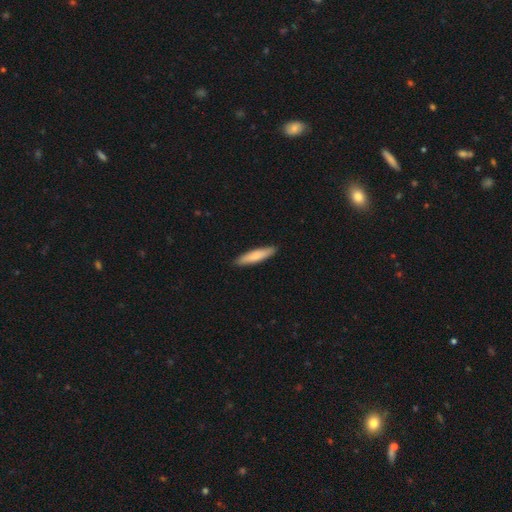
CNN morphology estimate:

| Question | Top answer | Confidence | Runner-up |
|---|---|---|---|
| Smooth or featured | smooth | 79% | featured or disk (16%) |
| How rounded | cigar-shaped | 82% | in between (17%) |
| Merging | none | 90% | minor disturbance (7%) |